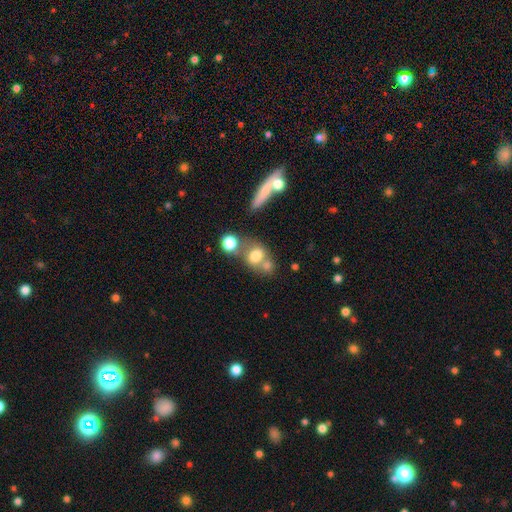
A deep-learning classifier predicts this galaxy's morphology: Overall: smooth (71%). How rounded: round (54%; in between 42%). Merging: merger (41%; none 40%).